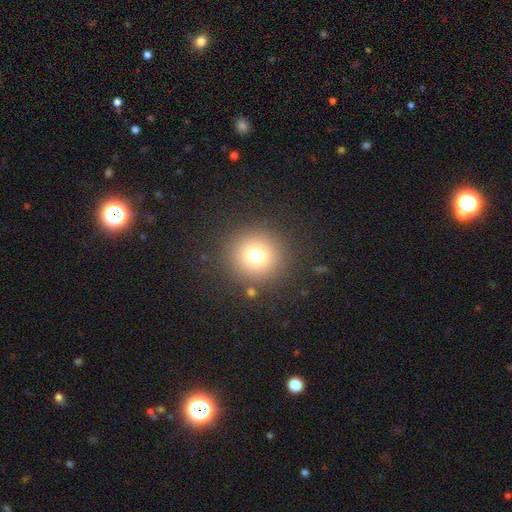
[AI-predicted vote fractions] smooth 73%, star or artifact 17%, featured or disk 10%. Down the decision tree: how rounded — round (94%); merging — none (88%).